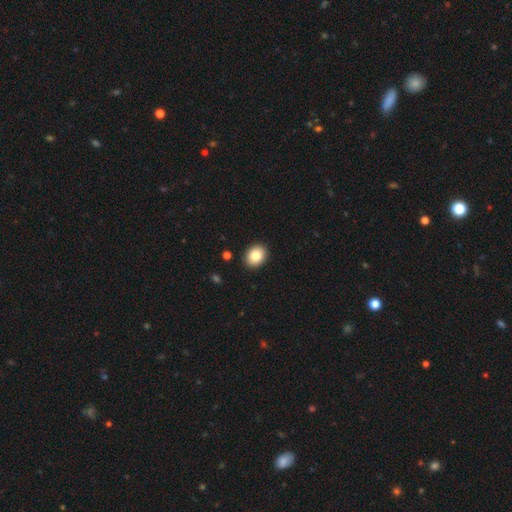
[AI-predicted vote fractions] smooth-or-featured: smooth: 84% | star or artifact: 8% | featured or disk: 8%
  how-rounded: in between: 61% | round: 39% | cigar-shaped: 1%
  merging: none: 91% | minor disturbance: 6% | major disturbance: 2% | merger: 1%